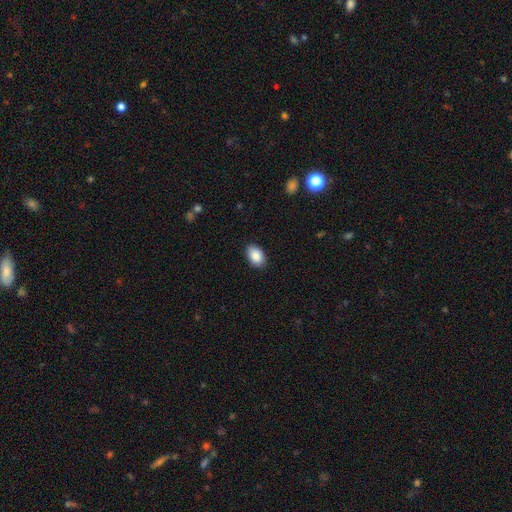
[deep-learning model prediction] The model was most divided on "merging": none: 87%, minor disturbance: 10%, major disturbance: 2%, merger: 1%. More confident: smooth or featured — smooth (89%); how rounded — in between (89%).